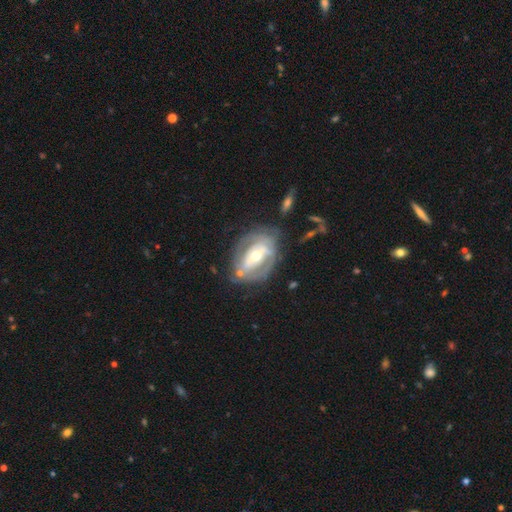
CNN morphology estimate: smooth_or_featured: featured or disk (p=0.77) [alt: smooth p=0.16]
disk_edge_on: no (p=0.94) [alt: yes p=0.06]
bar: no (p=0.36) [alt: weak p=0.34]
has_spiral_arms: yes (p=0.69) [alt: no p=0.31]
spiral_winding: tight (p=0.57) [alt: medium p=0.29]
spiral_arm_count: 2 (p=0.44) [alt: can't tell p=0.37]
bulge_size: moderate (p=0.60) [alt: small p=0.34]
merging: none (p=0.59) [alt: minor disturbance p=0.21]